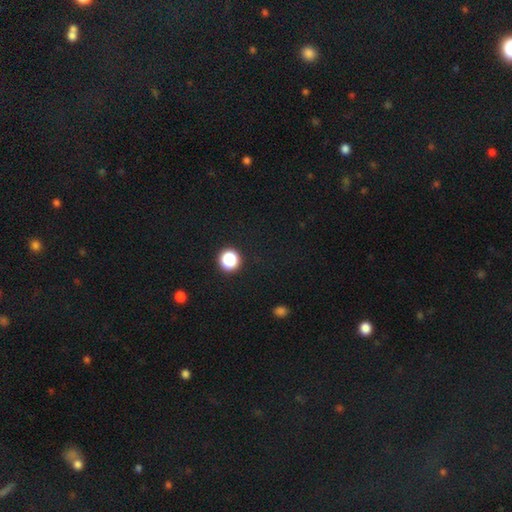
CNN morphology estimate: Smooth or featured? star or artifact (71%)